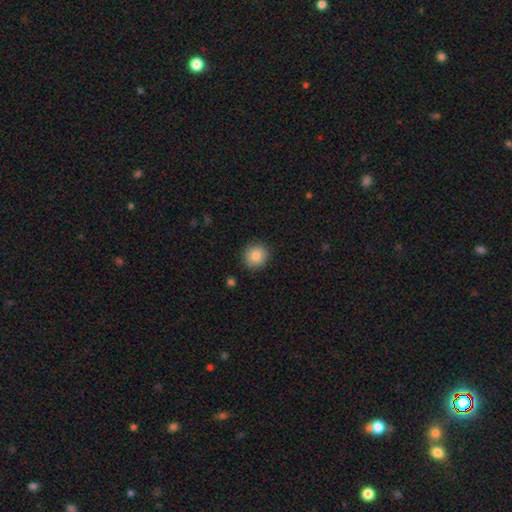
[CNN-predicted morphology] This is clearly a smooth galaxy (85%). How rounded: clearly round (88%). Merging: clearly none (90%).